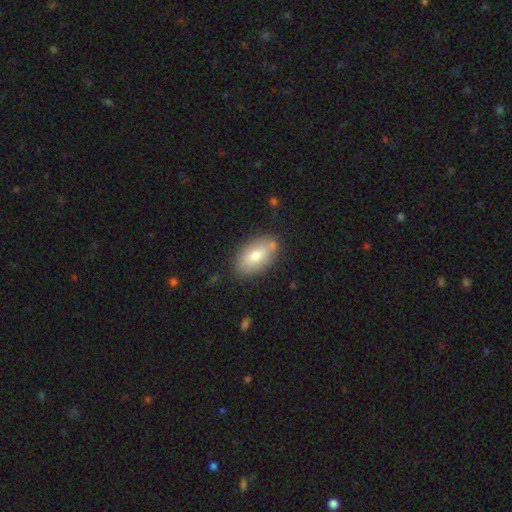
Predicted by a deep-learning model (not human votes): smooth_or_featured: smooth (p=0.72) [alt: featured or disk p=0.21]
how_rounded: in between (p=0.93) [alt: round p=0.04]
merging: none (p=0.78) [alt: minor disturbance p=0.14]